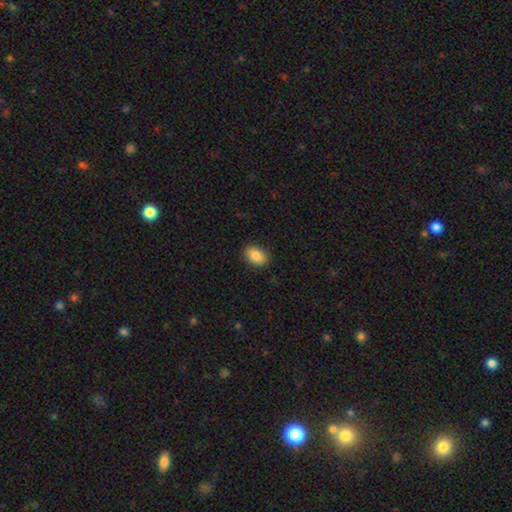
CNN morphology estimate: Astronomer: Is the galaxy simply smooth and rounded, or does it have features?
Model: smooth — 86%.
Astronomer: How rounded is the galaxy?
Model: in between — 82%.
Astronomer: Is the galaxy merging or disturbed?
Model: none — 87%.